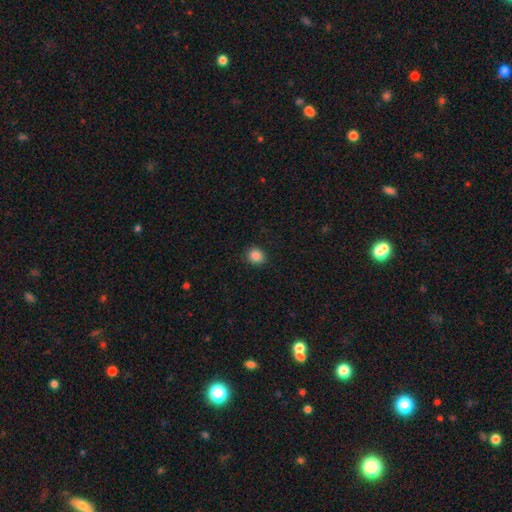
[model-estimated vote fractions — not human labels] This appears to be a smooth galaxy with no disk features (87%) that is round (73%). Merging: none (89%).